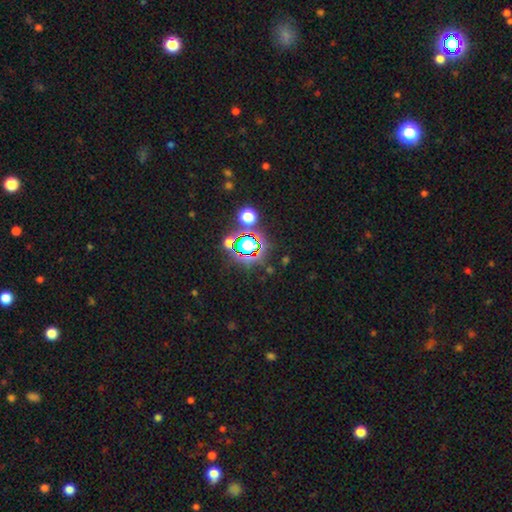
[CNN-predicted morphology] Smooth or featured? Predicted: star or artifact (p=0.79).